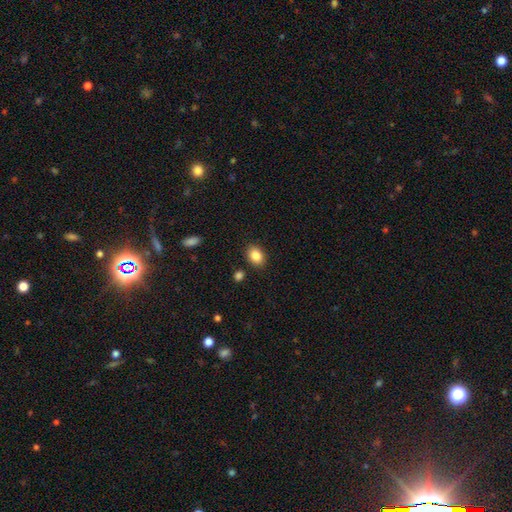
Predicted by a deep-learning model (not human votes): A smooth galaxy with no disk features (86%) that is in between round and cigar-shaped (70%). Merging: none (87%).